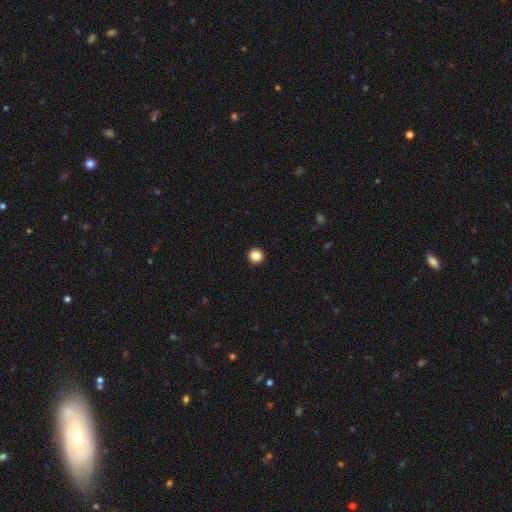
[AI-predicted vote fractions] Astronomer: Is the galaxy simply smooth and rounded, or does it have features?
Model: smooth — 87%.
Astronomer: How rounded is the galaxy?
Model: round — 95%.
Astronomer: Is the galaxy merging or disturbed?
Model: none — 94%.